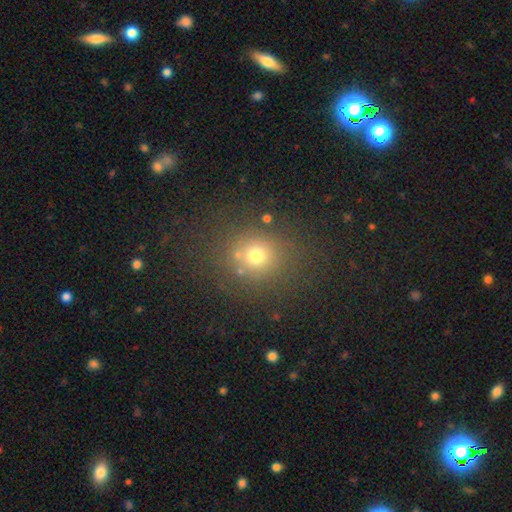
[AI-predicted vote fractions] A smooth galaxy with no disk features (69%) that is round (82%). Merging: none (77%).